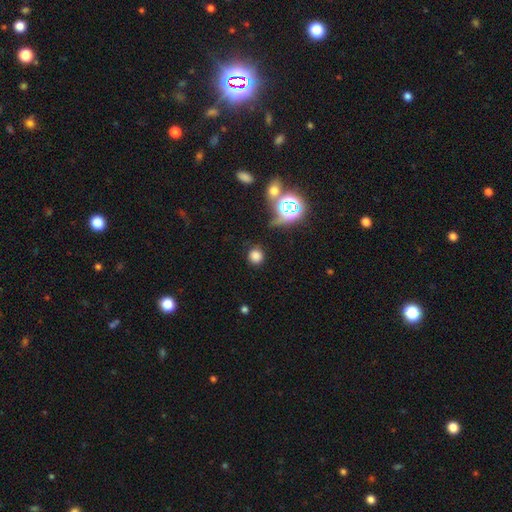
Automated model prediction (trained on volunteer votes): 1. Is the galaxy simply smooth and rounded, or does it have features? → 76% smooth, 18% star or artifact, 6% featured or disk.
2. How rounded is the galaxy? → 89% round, 9% in between, 1% cigar-shaped.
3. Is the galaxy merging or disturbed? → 81% none, 11% minor disturbance, 5% major disturbance, 3% merger.